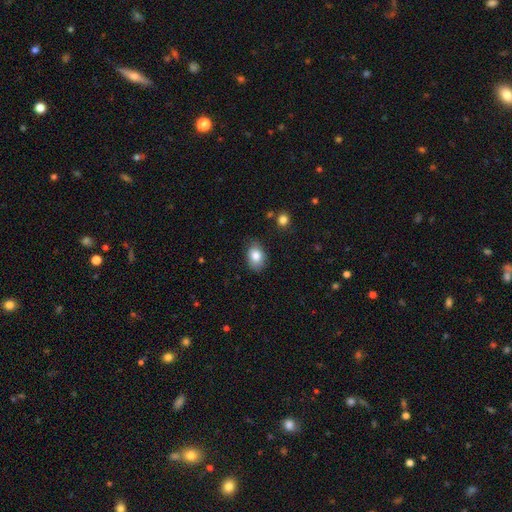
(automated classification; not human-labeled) Smooth or featured? smooth (82%)
How rounded? in between (75%)
Merging? none (76%)